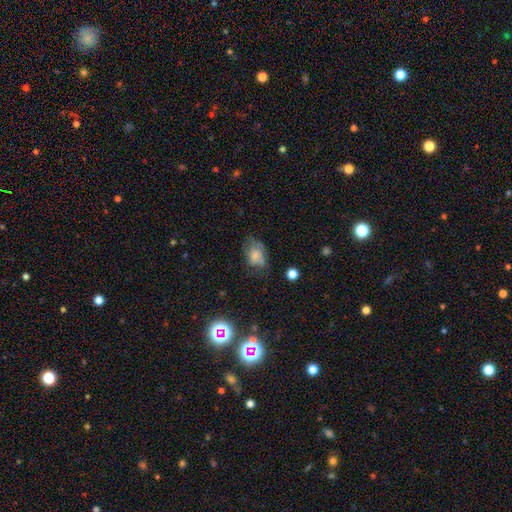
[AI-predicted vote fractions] A smooth galaxy with no disk features (62%) that is in between round and cigar-shaped (78%).

Vote fractions:
- Smooth or featured? smooth: 62% / featured or disk: 26% / star or artifact: 12%
- How rounded? in between: 78% / round: 20% / cigar-shaped: 2%
- Merging? none: 46% / minor disturbance: 31% / major disturbance: 21% / merger: 2%